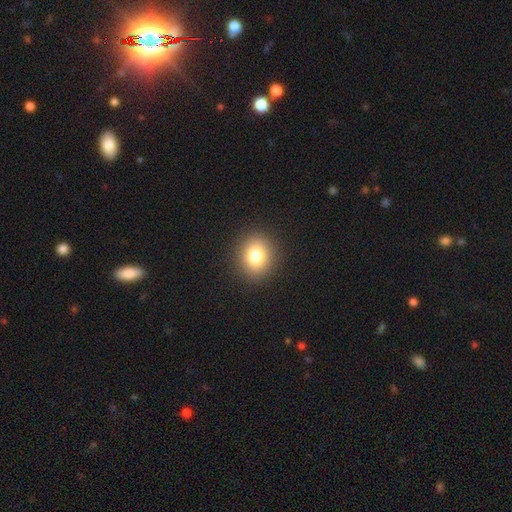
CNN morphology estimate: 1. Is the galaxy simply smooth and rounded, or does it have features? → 80% smooth, 11% star or artifact, 8% featured or disk.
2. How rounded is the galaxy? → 70% round, 29% in between, 1% cigar-shaped.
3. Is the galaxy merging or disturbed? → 90% none, 6% minor disturbance, 2% major disturbance, 1% merger.